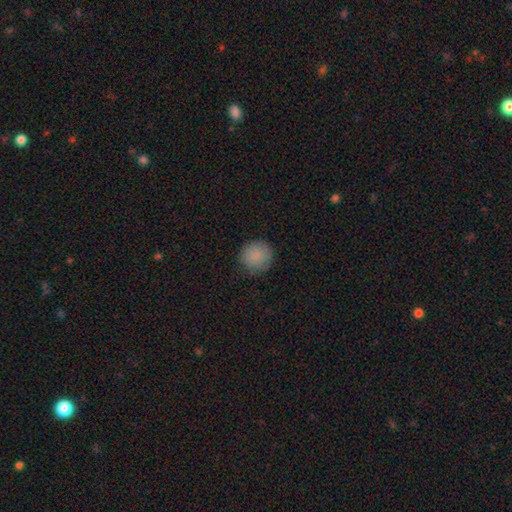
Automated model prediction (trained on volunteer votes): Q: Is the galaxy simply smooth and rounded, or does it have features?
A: smooth — 87%.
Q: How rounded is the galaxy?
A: round — 93%.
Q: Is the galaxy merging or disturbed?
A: none — 86%.